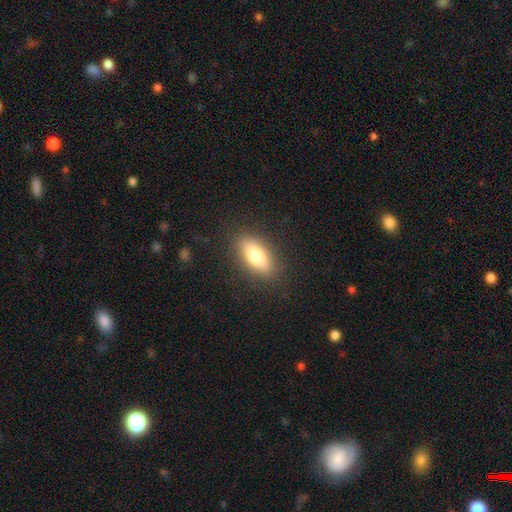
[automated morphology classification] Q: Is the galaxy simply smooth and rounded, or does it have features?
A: smooth — 76%.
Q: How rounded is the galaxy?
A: in between — 74%.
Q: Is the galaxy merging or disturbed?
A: none — 87%.